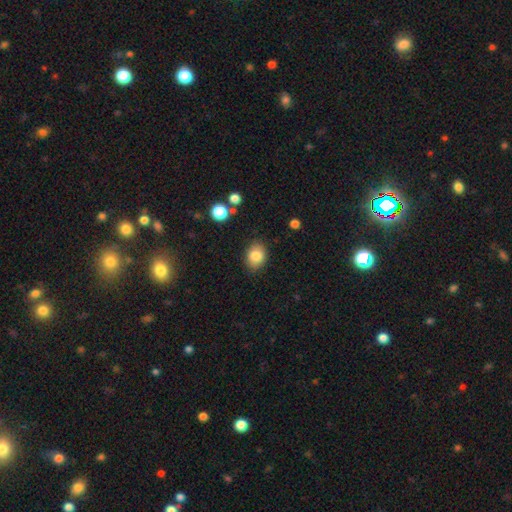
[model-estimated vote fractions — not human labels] Morphology: type=smooth (84%); roundness=in between (60%); merging=none (82%).